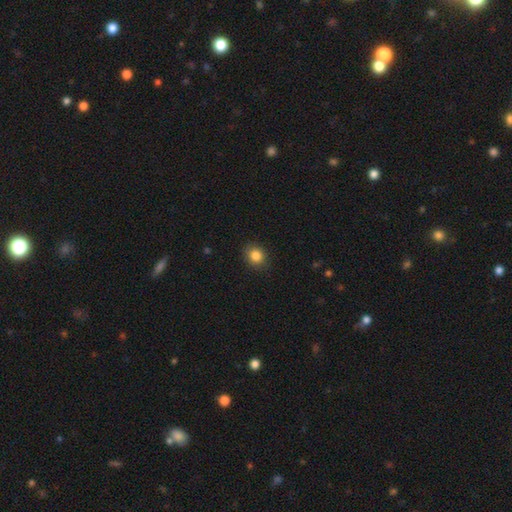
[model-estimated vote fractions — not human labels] Smooth or featured? smooth (85%)
How rounded? round (76%)
Merging? none (87%)